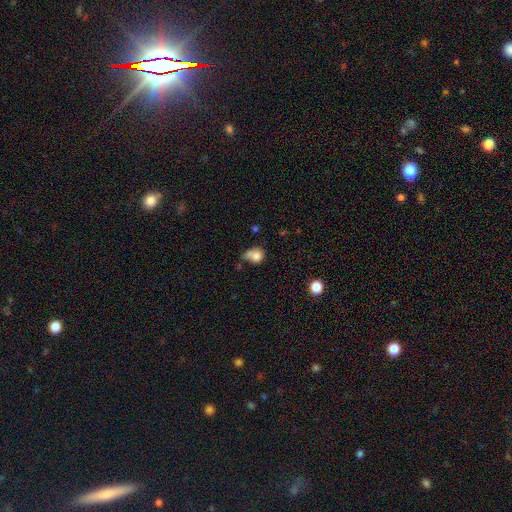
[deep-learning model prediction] A smooth galaxy with no disk features (77%) that is round (70%). Merging: none (34%).